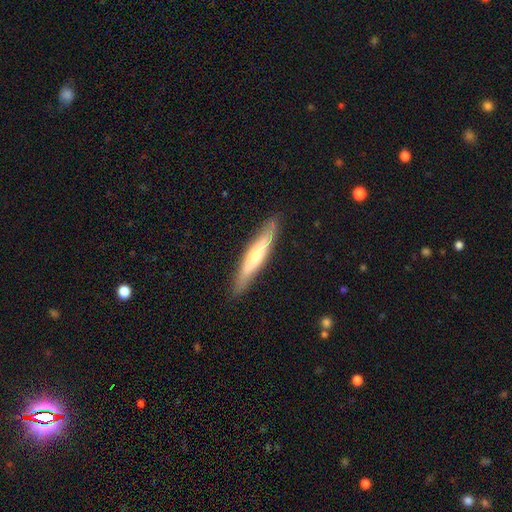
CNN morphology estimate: The model was most divided on "smooth or featured": featured or disk: 51%, smooth: 43%, star or artifact: 5%. More confident: merging — none (88%); edge-on disk — yes (85%).